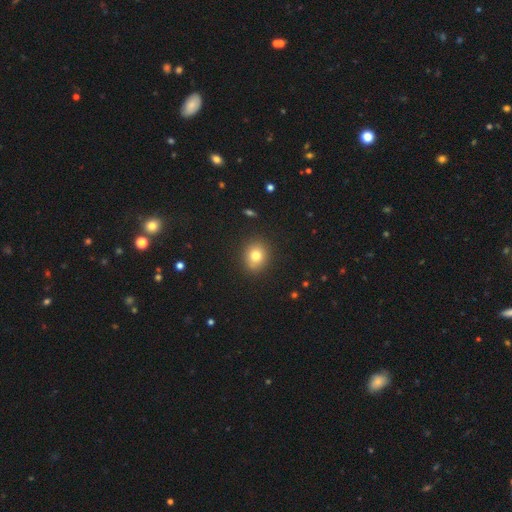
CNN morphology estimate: smooth_or_featured: smooth (p=0.78) [alt: star or artifact p=0.12]
how_rounded: round (p=0.67) [alt: in between p=0.32]
merging: none (p=0.87) [alt: minor disturbance p=0.09]